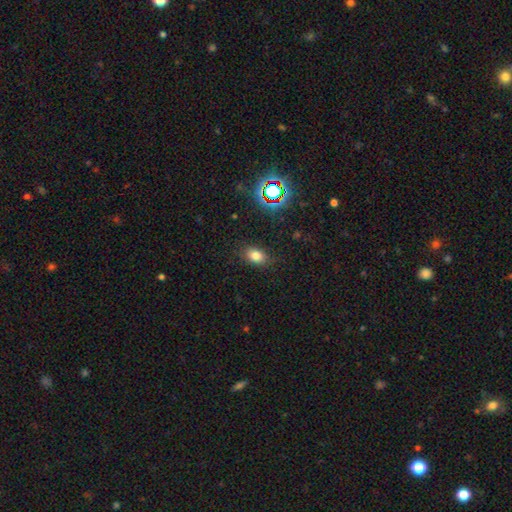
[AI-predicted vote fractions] Morphology: type=smooth (77%); roundness=in between (79%); merging=none (83%).